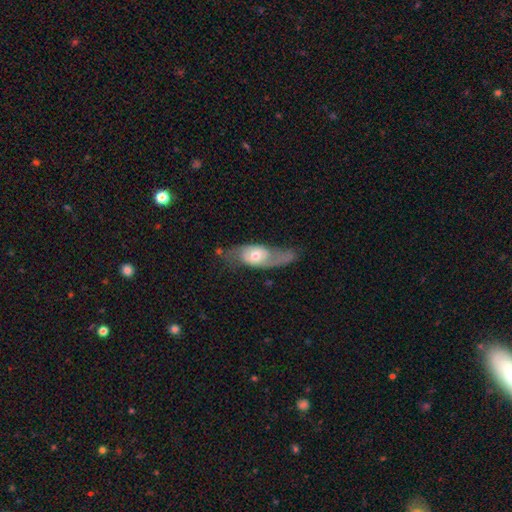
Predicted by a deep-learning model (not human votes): Smooth or featured: featured or disk — 70% (smooth — 24%)
Edge-on disk: no — 87% (yes — 13%)
Bar: no — 69% (weak — 24%)
Spiral arms: yes — 81% (no — 19%)
Bulge size: moderate — 60% (small — 30%)
Merging: none — 52% (minor disturbance — 23%)